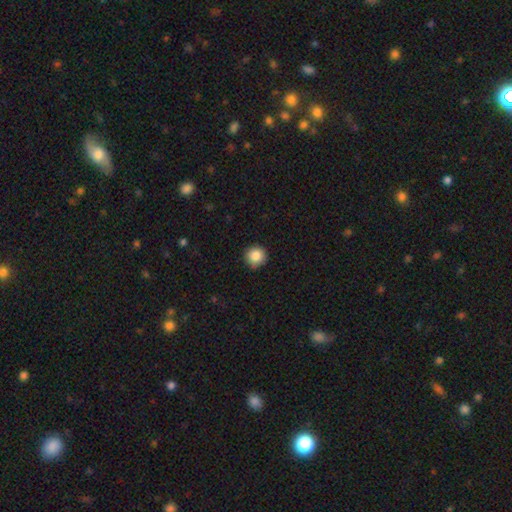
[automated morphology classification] smooth_or_featured: smooth (p=0.86) [alt: star or artifact p=0.09]
how_rounded: round (p=0.95) [alt: in between p=0.04]
merging: none (p=0.87) [alt: minor disturbance p=0.10]